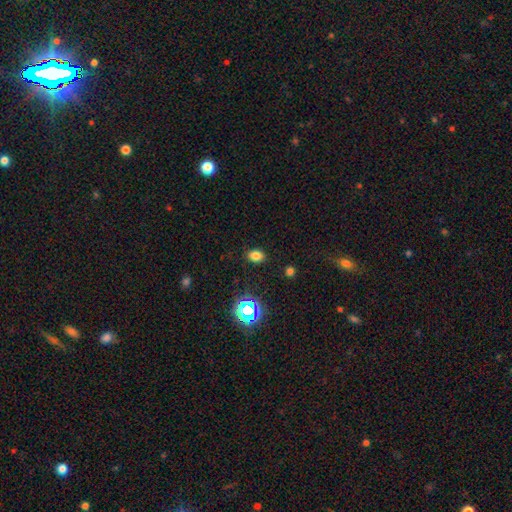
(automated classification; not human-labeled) Q: Smooth or featured?
A: smooth (76%); runner-up: star or artifact (18%)
Q: How rounded?
A: in between (69%); runner-up: round (29%)
Q: Merging?
A: none (87%); runner-up: minor disturbance (9%)